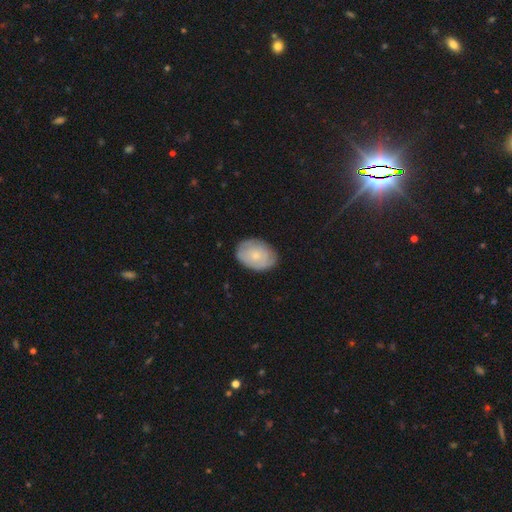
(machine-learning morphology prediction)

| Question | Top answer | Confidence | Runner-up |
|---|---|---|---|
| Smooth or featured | smooth | 59% | featured or disk (35%) |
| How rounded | in between | 76% | round (23%) |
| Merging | none | 80% | minor disturbance (15%) |